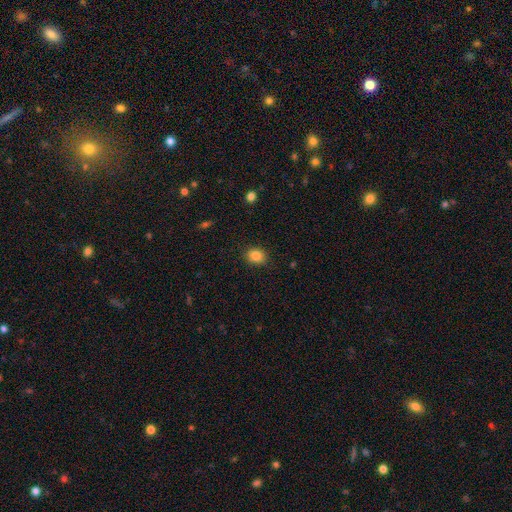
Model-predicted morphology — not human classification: smooth-or-featured: smooth: 85% | star or artifact: 10% | featured or disk: 4%
  how-rounded: round: 57% | in between: 42% | cigar-shaped: 1%
  merging: none: 88% | minor disturbance: 9% | major disturbance: 2% | merger: 1%